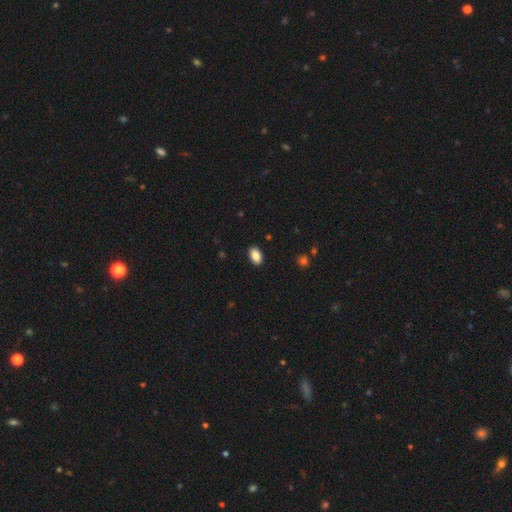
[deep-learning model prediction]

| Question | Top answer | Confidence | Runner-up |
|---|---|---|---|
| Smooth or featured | smooth | 87% | star or artifact (8%) |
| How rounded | in between | 91% | round (8%) |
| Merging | none | 90% | minor disturbance (7%) |